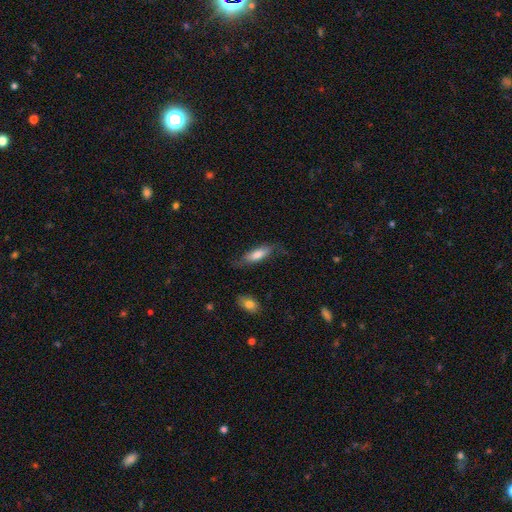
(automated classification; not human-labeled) A smooth galaxy with no disk features (61%) that is cigar-shaped (55%). Merging: none (67%).